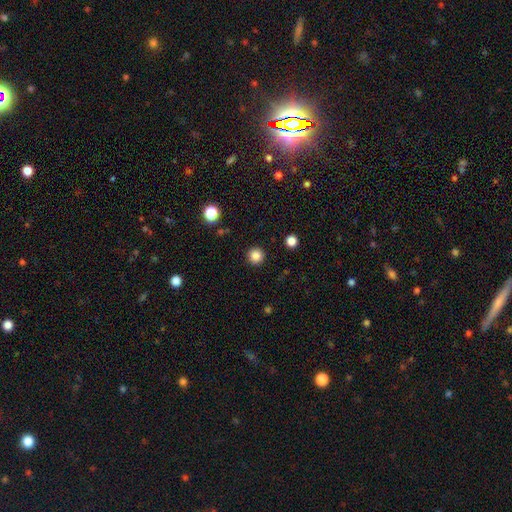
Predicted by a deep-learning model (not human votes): smooth-or-featured: smooth: 85% | star or artifact: 11% | featured or disk: 4%
  how-rounded: round: 96% | in between: 3% | cigar-shaped: 1%
  merging: none: 93% | minor disturbance: 4% | major disturbance: 2% | merger: 1%